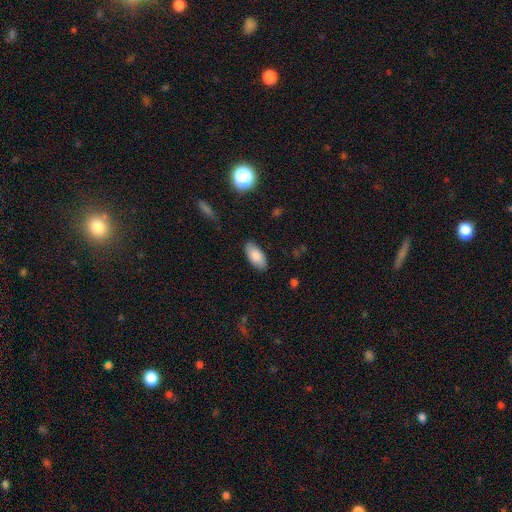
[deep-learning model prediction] Smooth or featured: smooth — 84% (featured or disk — 10%)
How rounded: in between — 93% (cigar-shaped — 5%)
Merging: none — 86% (minor disturbance — 11%)